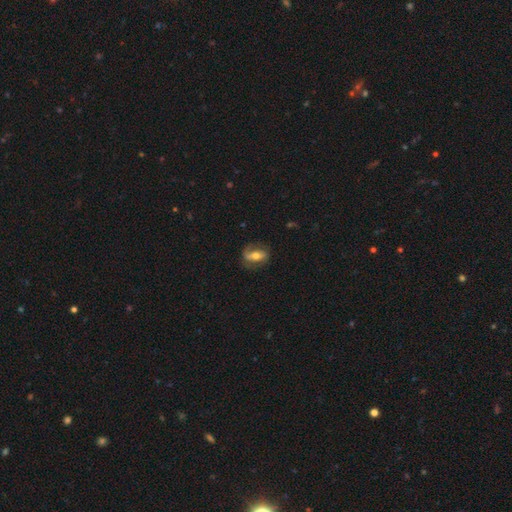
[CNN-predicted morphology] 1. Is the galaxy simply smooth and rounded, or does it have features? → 58% featured or disk, 35% smooth, 7% star or artifact.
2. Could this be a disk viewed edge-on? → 88% no, 12% yes.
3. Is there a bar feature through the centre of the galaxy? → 46% strong, 28% no, 26% weak.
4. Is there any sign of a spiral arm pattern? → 74% yes, 26% no.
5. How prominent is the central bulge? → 65% moderate, 24% small, 8% large, 2% none, 1% dominant.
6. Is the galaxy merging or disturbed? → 66% none, 20% minor disturbance, 12% major disturbance, 2% merger.